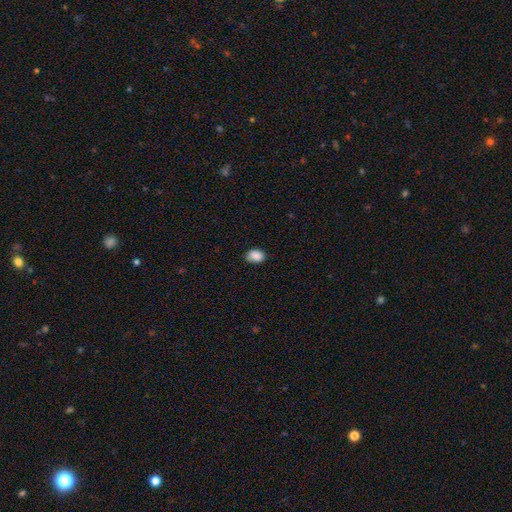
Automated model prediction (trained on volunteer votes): Morphology: type=smooth (88%); roundness=in between (76%); merging=none (76%).